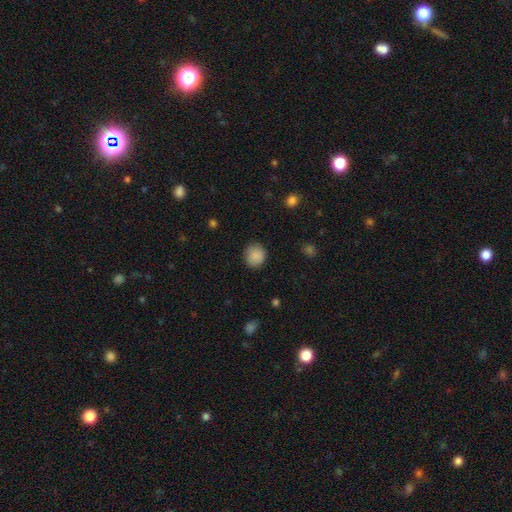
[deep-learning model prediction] This appears to be a smooth galaxy with no disk features (88%) that is round (81%). Merging: none (83%).